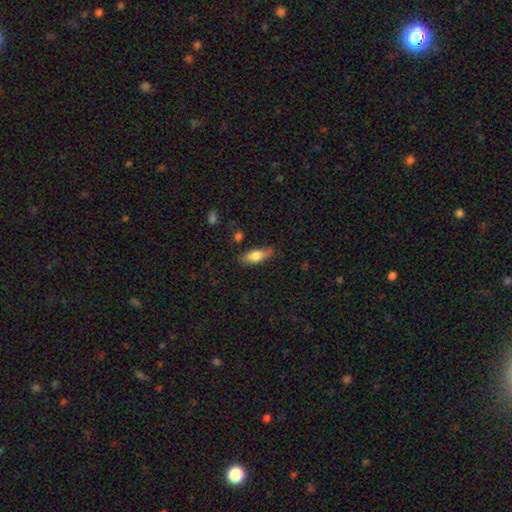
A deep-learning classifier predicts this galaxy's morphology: The model was most divided on "how rounded": in between: 65%, cigar-shaped: 33%, round: 3%. More confident: merging — none (73%); smooth or featured — smooth (73%).